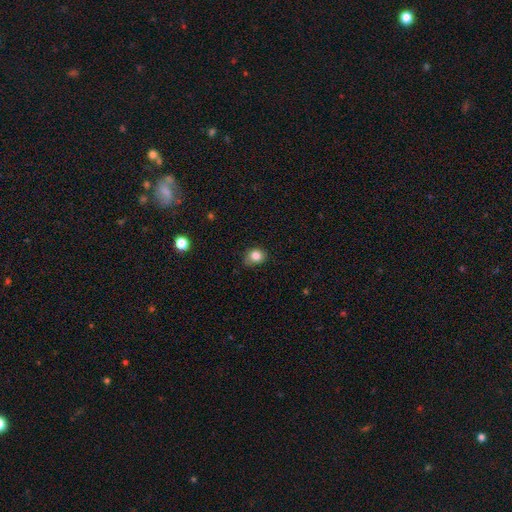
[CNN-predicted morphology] This is clearly a smooth galaxy (82%). How rounded: likely round (61%). Merging: likely none (69%).